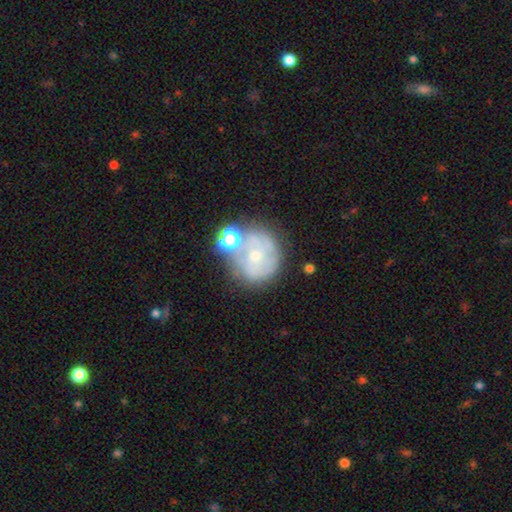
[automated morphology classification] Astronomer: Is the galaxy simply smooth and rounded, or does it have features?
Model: featured or disk — 54% (runner-up: smooth, 33%).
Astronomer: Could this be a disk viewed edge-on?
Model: no — 97%.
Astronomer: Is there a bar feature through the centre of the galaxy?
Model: no — 82%.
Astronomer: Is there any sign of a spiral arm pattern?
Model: no — 55% (runner-up: yes, 45%).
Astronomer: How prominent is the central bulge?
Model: small — 64%.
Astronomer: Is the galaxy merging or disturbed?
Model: none — 48%.